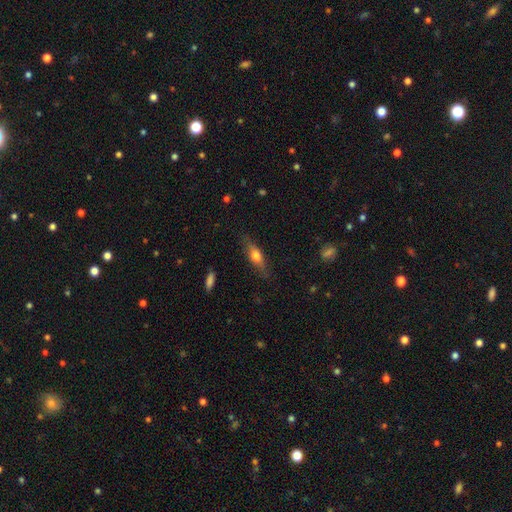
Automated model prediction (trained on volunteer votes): This is possibly a smooth galaxy (52%). How rounded: possibly cigar-shaped (54%). Merging: clearly none (81%).